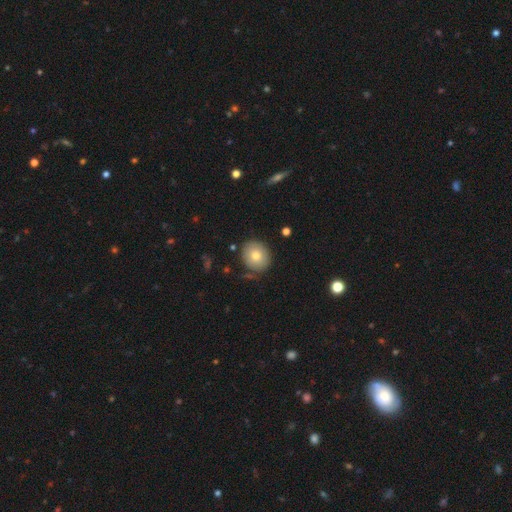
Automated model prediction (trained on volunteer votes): Smooth or featured: smooth — 78% (featured or disk — 13%)
How rounded: round — 75% (in between — 24%)
Merging: none — 82% (minor disturbance — 12%)